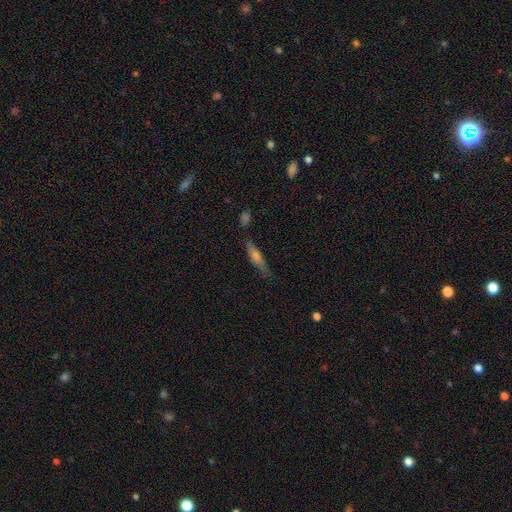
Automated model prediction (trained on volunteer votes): Morphology: type=smooth (47%); merging=none (77%).